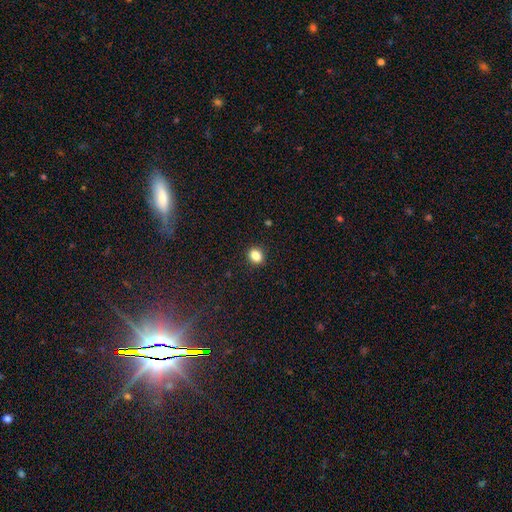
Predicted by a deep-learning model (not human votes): A smooth galaxy with no disk features (85%) that is round (54%). Merging: none (90%).